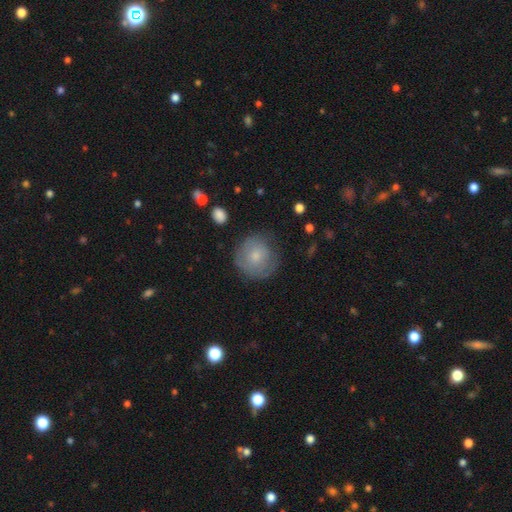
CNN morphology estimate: Smooth or featured: smooth — 68% (featured or disk — 25%)
How rounded: round — 92% (in between — 7%)
Merging: none — 71% (minor disturbance — 20%)